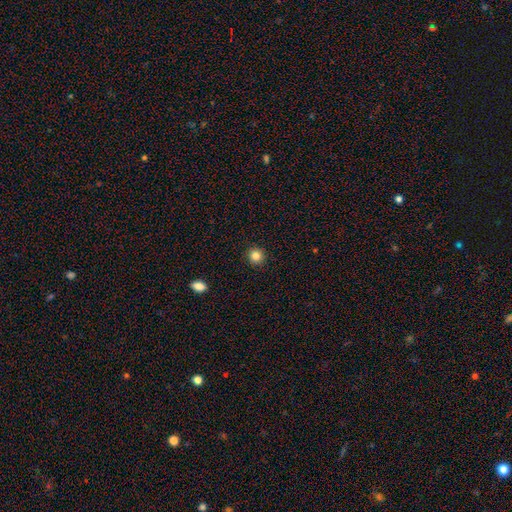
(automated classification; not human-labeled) This is clearly a smooth galaxy (84%). How rounded: clearly round (93%). Merging: clearly none (92%).